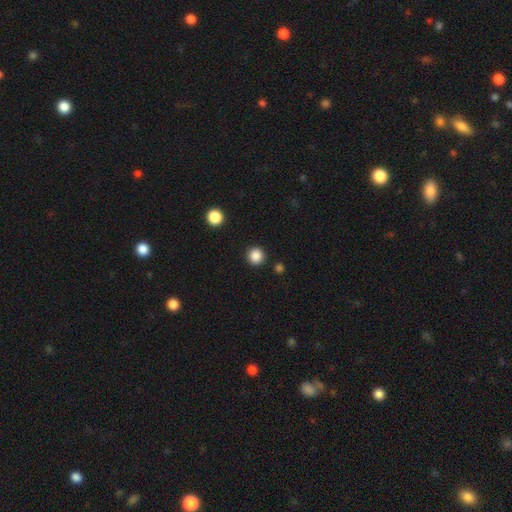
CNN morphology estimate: Overall: smooth (86%). How rounded: round (95%). Merging: none (91%).